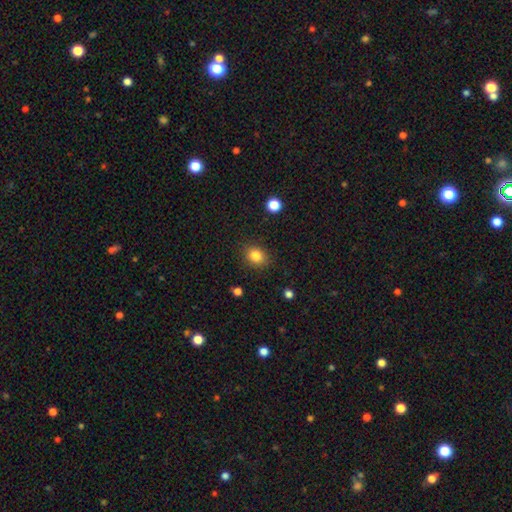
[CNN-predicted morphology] smooth-or-featured: smooth: 84% | star or artifact: 10% | featured or disk: 5%
  how-rounded: round: 57% | in between: 42% | cigar-shaped: 1%
  merging: none: 86% | minor disturbance: 10% | major disturbance: 3% | merger: 1%